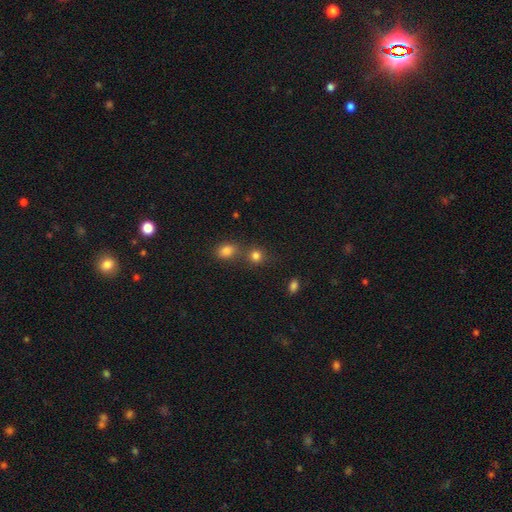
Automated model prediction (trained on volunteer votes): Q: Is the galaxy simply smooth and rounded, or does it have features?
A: smooth — 80%.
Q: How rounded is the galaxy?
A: round — 81%.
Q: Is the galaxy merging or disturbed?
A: none — 58%.